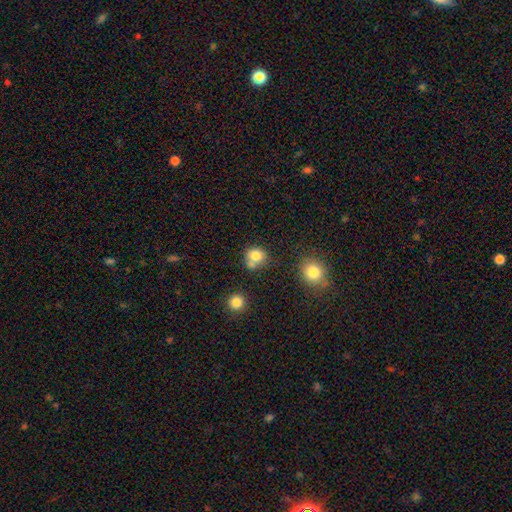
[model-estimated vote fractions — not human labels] smooth_or_featured: smooth (p=0.80) [alt: star or artifact p=0.11]
how_rounded: round (p=0.76) [alt: in between p=0.23]
merging: none (p=0.52) [alt: merger p=0.28]